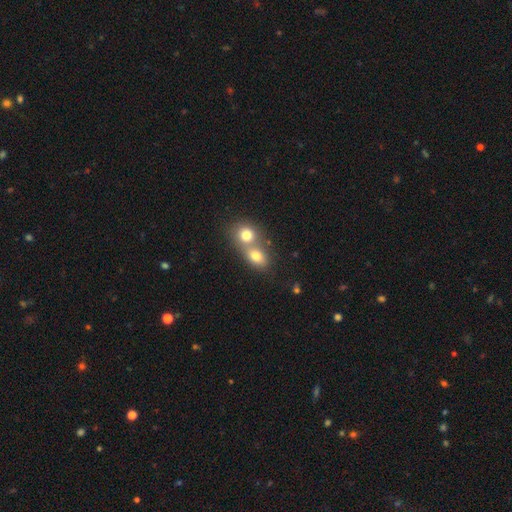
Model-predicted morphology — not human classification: Smooth or featured?
  - smooth: 73% *
  - featured or disk: 15%
  - star or artifact: 12%
How rounded?
  - round: 51% *
  - in between: 48%
  - cigar-shaped: 2%
Merging?
  - merger: 68% *
  - none: 24%
  - minor disturbance: 5%
  - major disturbance: 2%